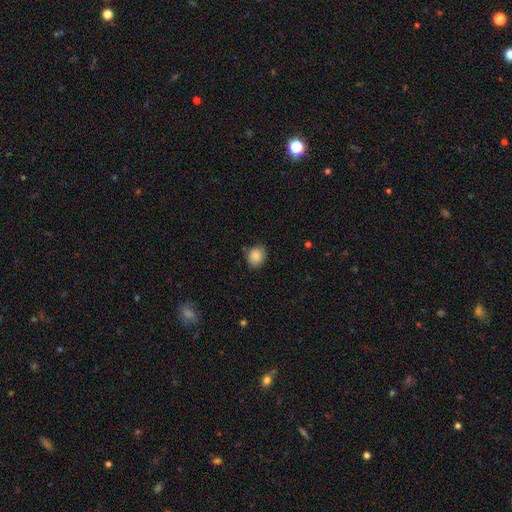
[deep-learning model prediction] A smooth galaxy with no disk features (86%) that is round (72%).

Vote fractions:
- Smooth or featured? smooth: 86% / star or artifact: 9% / featured or disk: 5%
- How rounded? round: 72% / in between: 27% / cigar-shaped: 1%
- Merging? none: 79% / minor disturbance: 16% / major disturbance: 3% / merger: 2%